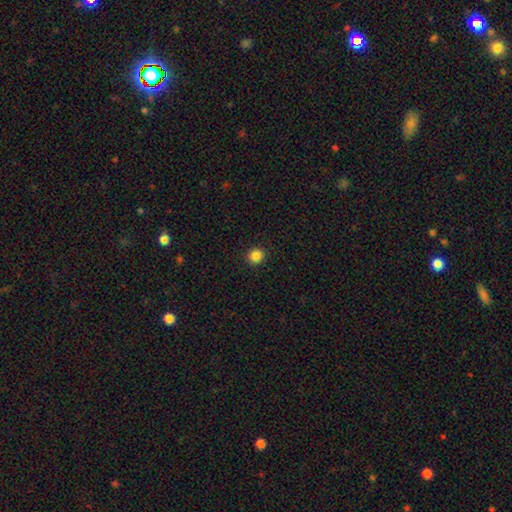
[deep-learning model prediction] Overall: smooth (86%). How rounded: round (92%). Merging: none (93%).